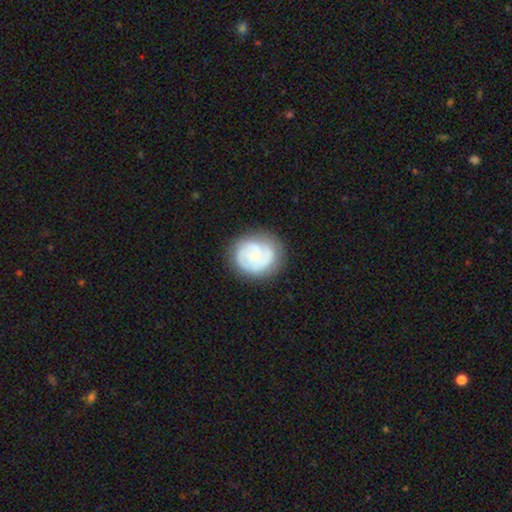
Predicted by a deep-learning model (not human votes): featured or disk 58%, smooth 36%, star or artifact 7%. Down the decision tree: edge-on disk — no (98%); bar — no (78%); spiral arms — yes (77%); bulge size — small (67%); merging — none (70%).